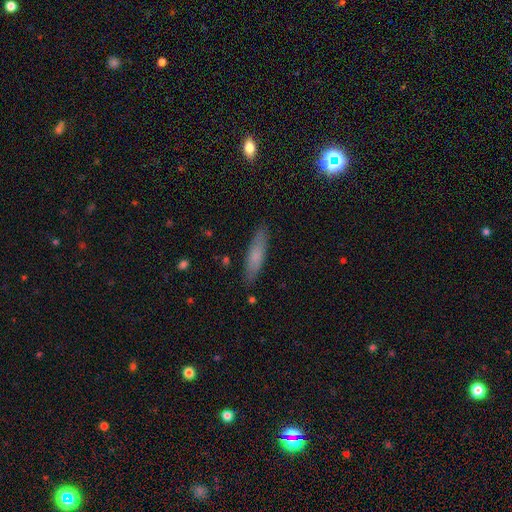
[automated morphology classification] Overall: smooth (70%). How rounded: cigar-shaped (77%). Merging: none (86%).